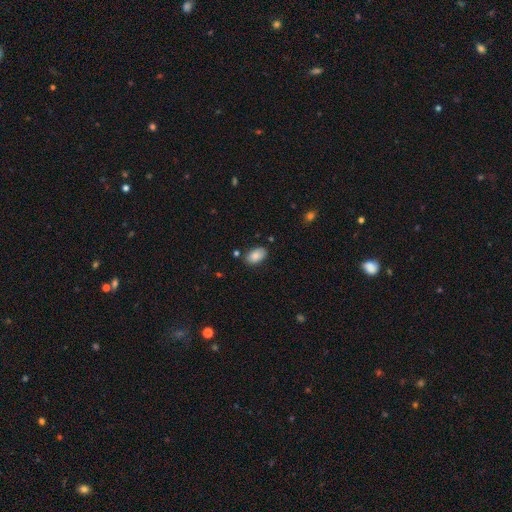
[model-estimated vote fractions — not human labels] This appears to be a smooth galaxy with no disk features (85%) that is in between round and cigar-shaped (93%). Merging: none (79%).